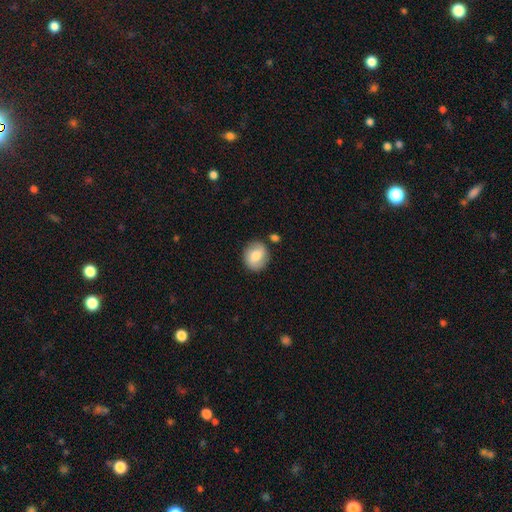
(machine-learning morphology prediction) Smooth or featured? Predicted: smooth (p=0.69). How rounded? Predicted: round (p=0.74). Merging? Predicted: none (p=0.79).